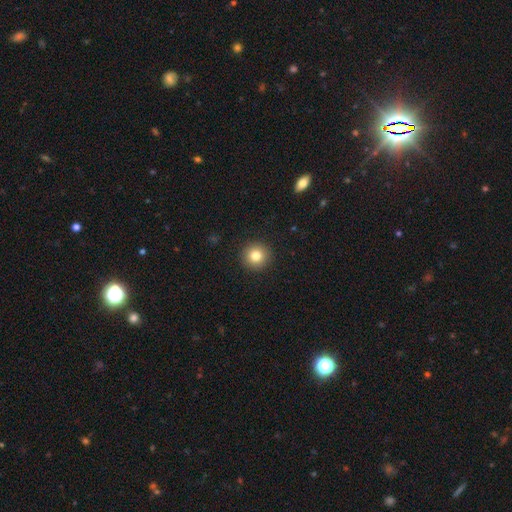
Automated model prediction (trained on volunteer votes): Overall: smooth (82%). How rounded: round (95%). Merging: none (93%).